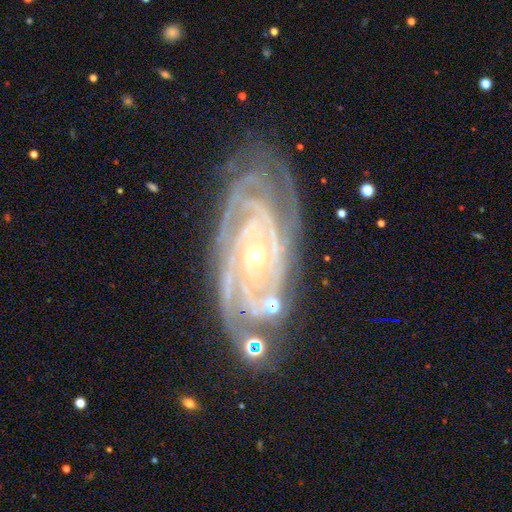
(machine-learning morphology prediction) Smooth or featured? Predicted: featured or disk (p=0.90). Edge-on disk? Predicted: no (p=0.95). Bar? Predicted: no (p=0.71). Spiral arms? Predicted: yes (p=0.98). Spiral winding? Predicted: tight (p=0.80). Spiral arm count? Predicted: 4 (p=0.28). Bulge size? Predicted: small (p=0.76). Merging? Predicted: none (p=0.73).